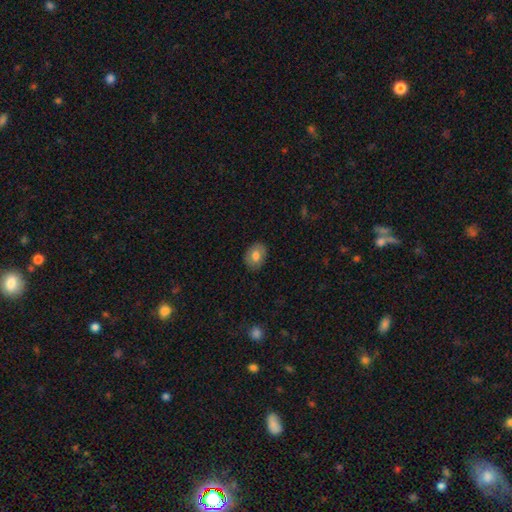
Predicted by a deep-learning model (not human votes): This is likely a smooth galaxy (77%). How rounded: likely in between (68%). Merging: clearly none (86%).